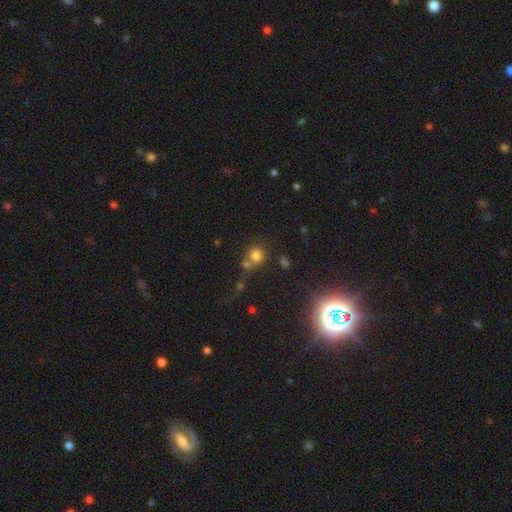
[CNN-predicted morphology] smooth 75%, star or artifact 17%, featured or disk 8%. Down the decision tree: how rounded — round (87%); merging — none (53%).